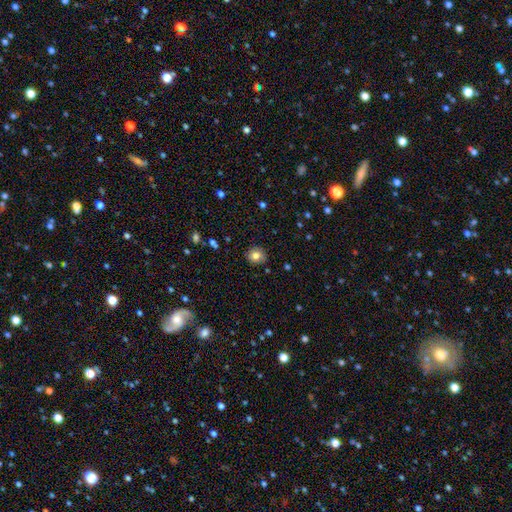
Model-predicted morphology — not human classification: Smooth or featured?
  - smooth: 80% *
  - star or artifact: 10%
  - featured or disk: 10%
How rounded?
  - round: 82% *
  - in between: 17%
  - cigar-shaped: 1%
Merging?
  - none: 89% *
  - minor disturbance: 8%
  - major disturbance: 2%
  - merger: 1%